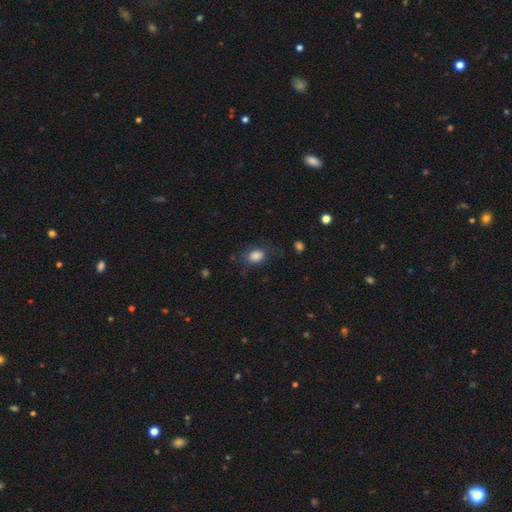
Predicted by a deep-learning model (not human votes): Smooth or featured?
  - smooth: 84% *
  - star or artifact: 9%
  - featured or disk: 7%
How rounded?
  - in between: 80% *
  - round: 18%
  - cigar-shaped: 2%
Merging?
  - none: 66% *
  - minor disturbance: 21%
  - major disturbance: 11%
  - merger: 2%